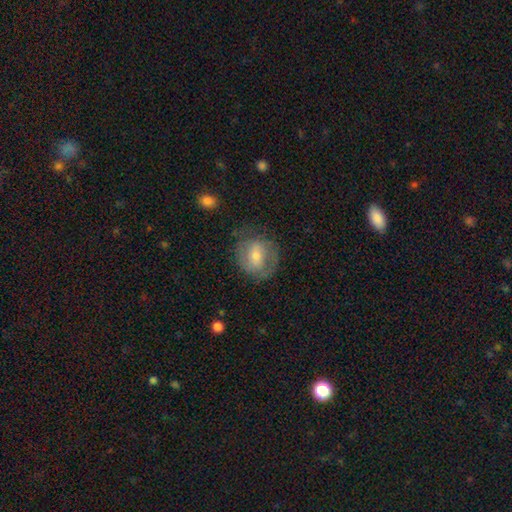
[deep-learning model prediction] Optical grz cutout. It shows a smooth galaxy with no disk features (51%) that is round (63%). Merging: none (66%).